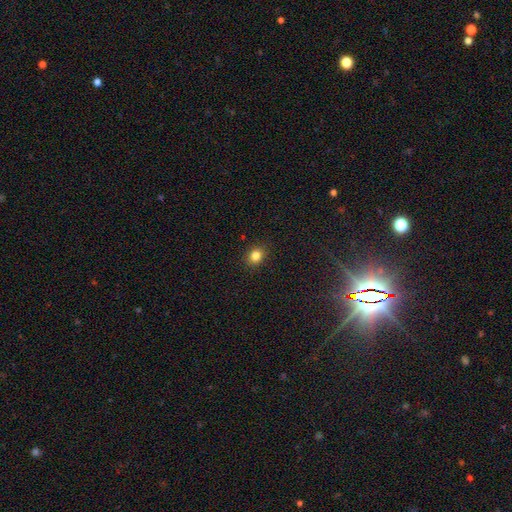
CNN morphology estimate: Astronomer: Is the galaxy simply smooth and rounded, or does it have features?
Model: smooth — 83%.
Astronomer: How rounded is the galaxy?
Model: round — 69%.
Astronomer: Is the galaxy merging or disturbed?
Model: none — 90%.